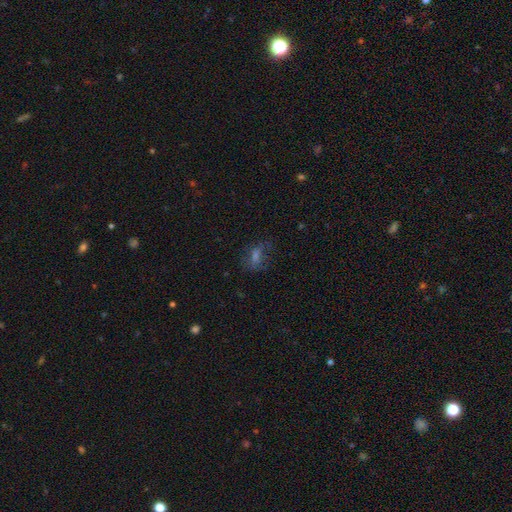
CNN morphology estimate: smooth 42%, featured or disk 32%, star or artifact 27%. Down the decision tree: merging — none (62%).